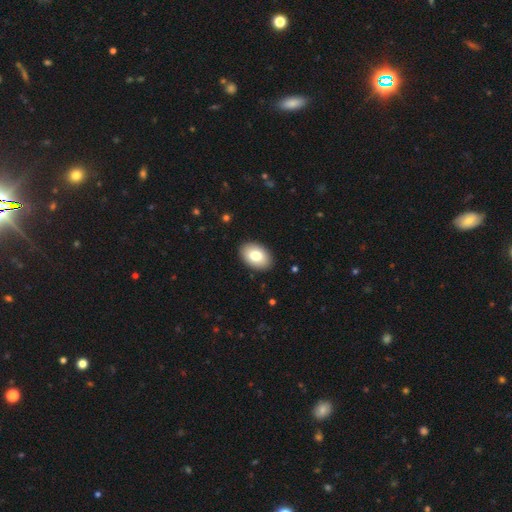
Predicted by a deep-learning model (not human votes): smooth_or_featured: smooth (p=0.80) [alt: featured or disk p=0.13]
how_rounded: in between (p=0.89) [alt: round p=0.10]
merging: none (p=0.90) [alt: minor disturbance p=0.08]